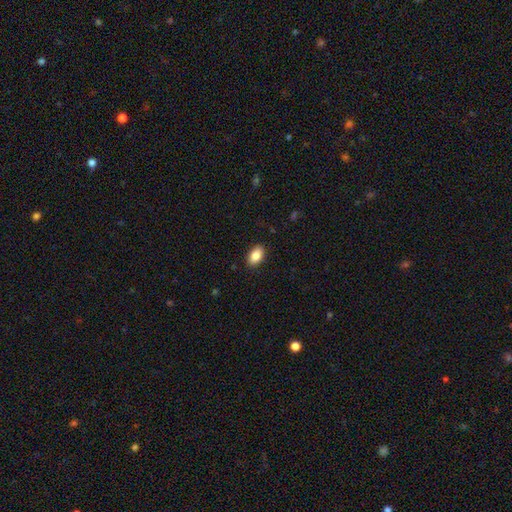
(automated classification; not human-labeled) Smooth or featured?
  - smooth: 85% *
  - featured or disk: 8%
  - star or artifact: 7%
How rounded?
  - in between: 92% *
  - round: 6%
  - cigar-shaped: 2%
Merging?
  - none: 90% *
  - minor disturbance: 8%
  - major disturbance: 2%
  - merger: 1%